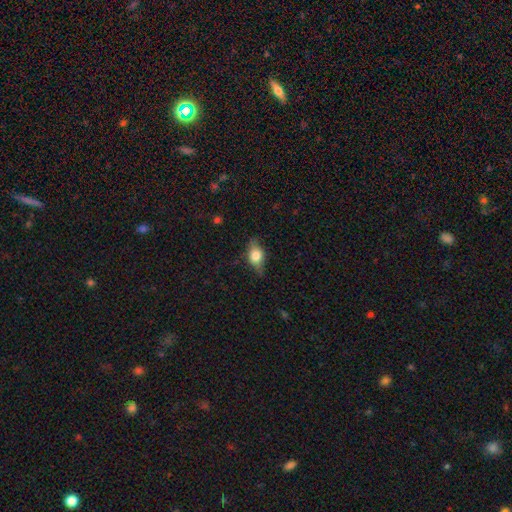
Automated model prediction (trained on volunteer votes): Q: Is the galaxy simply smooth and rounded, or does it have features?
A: smooth — 56%.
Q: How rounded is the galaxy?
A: in between — 71%.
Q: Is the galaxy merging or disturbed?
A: none — 73%.